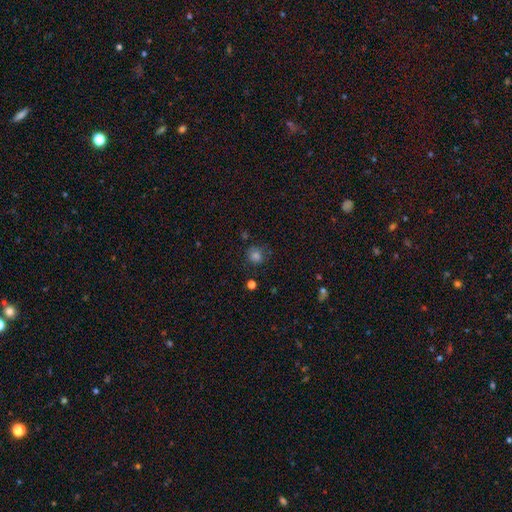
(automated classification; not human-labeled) Smooth or featured? Predicted: smooth (p=0.73). How rounded? Predicted: round (p=0.84). Merging? Predicted: none (p=0.74).